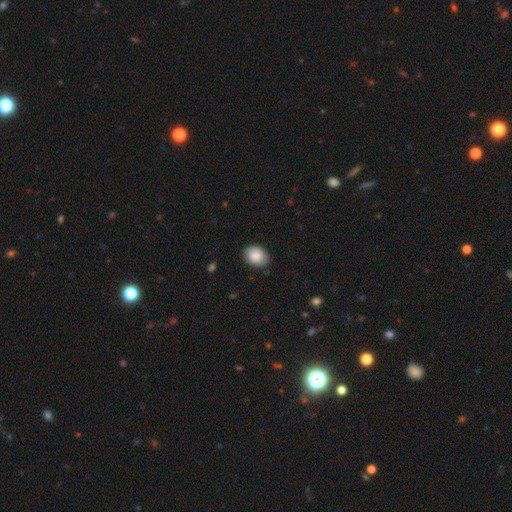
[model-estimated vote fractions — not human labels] A smooth galaxy with no disk features (86%) that is in between round and cigar-shaped (68%).

Vote fractions:
- Smooth or featured? smooth: 86% / featured or disk: 7% / star or artifact: 7%
- How rounded? in between: 68% / round: 31% / cigar-shaped: 1%
- Merging? none: 82% / minor disturbance: 15% / major disturbance: 3% / merger: 1%